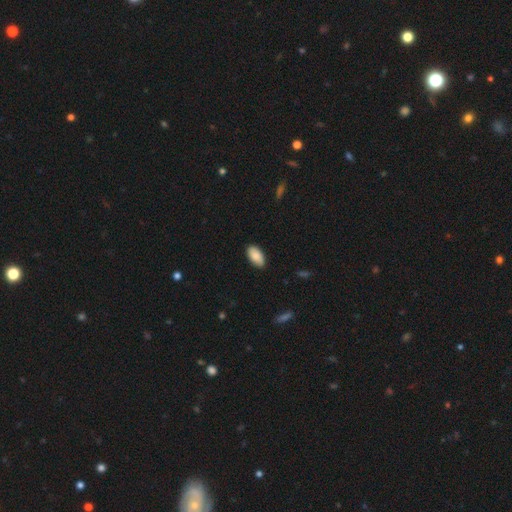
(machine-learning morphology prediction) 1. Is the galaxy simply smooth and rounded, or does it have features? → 87% smooth, 7% featured or disk, 6% star or artifact.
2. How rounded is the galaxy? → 95% in between, 2% cigar-shaped, 2% round.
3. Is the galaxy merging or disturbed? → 86% none, 11% minor disturbance, 2% major disturbance, 1% merger.